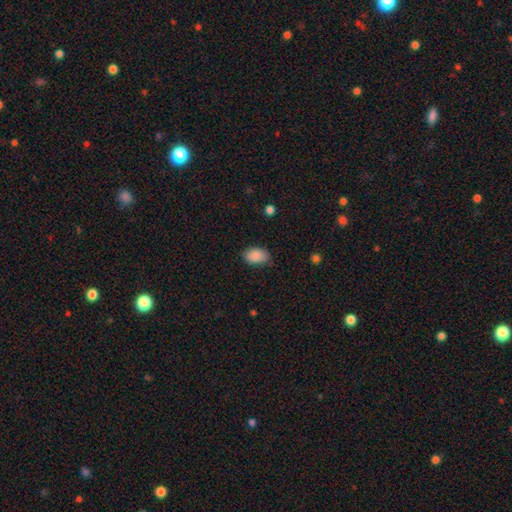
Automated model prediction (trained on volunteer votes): A smooth galaxy with no disk features (89%) that is in between round and cigar-shaped (90%). Merging: none (79%).